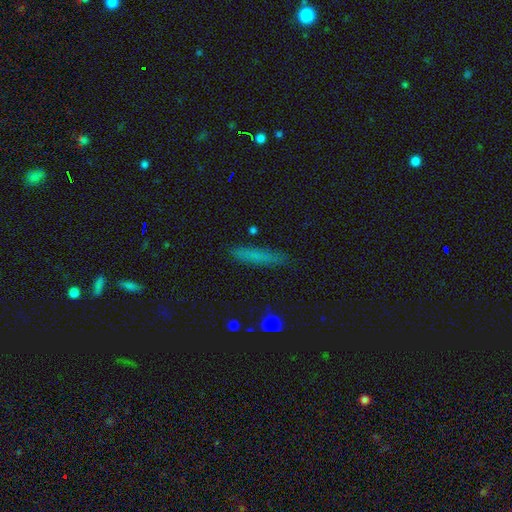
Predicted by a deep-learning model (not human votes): A smooth galaxy with no disk features (70%) that is cigar-shaped (90%).

Vote fractions:
- Smooth or featured? smooth: 70% / featured or disk: 19% / star or artifact: 11%
- How rounded? cigar-shaped: 90% / in between: 8% / round: 2%
- Merging? none: 86% / minor disturbance: 10% / major disturbance: 2% / merger: 2%